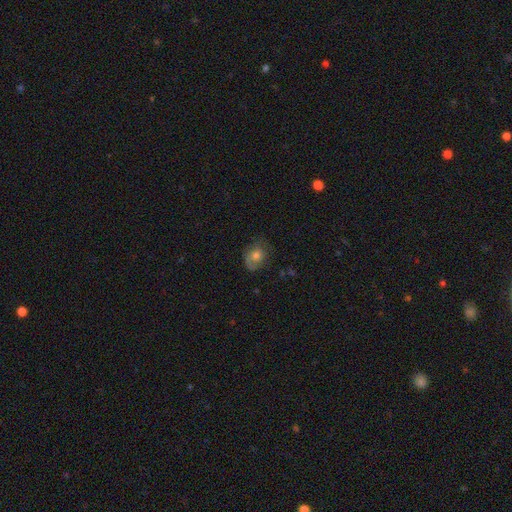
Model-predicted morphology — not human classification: Smooth or featured? smooth (52%)
How rounded? round (50%)
Merging? none (60%)